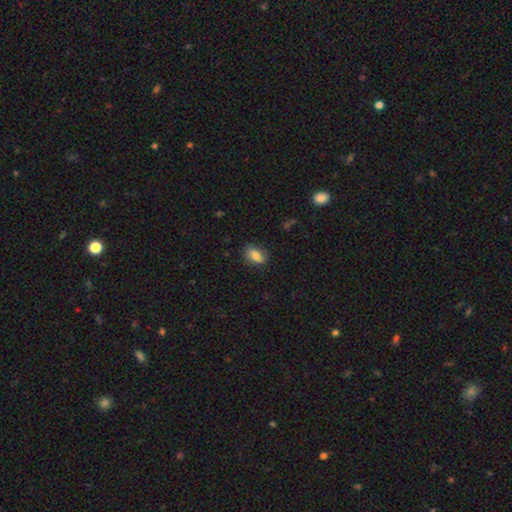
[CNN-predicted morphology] smooth_or_featured: smooth (p=0.73) [alt: featured or disk p=0.19]
how_rounded: in between (p=0.83) [alt: round p=0.14]
merging: none (p=0.73) [alt: minor disturbance p=0.20]